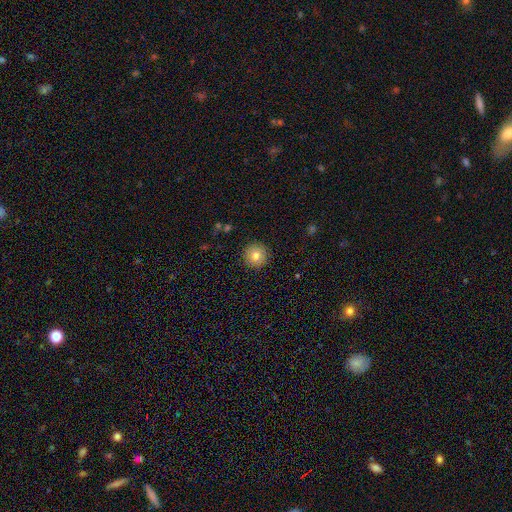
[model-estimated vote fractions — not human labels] Smooth or featured? smooth (80%)
How rounded? round (96%)
Merging? none (91%)